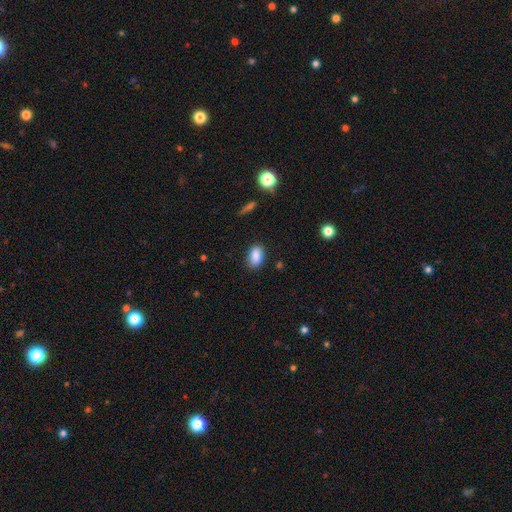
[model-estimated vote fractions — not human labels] smooth 88%, star or artifact 8%, featured or disk 4%. Down the decision tree: how rounded — in between (90%); merging — none (83%).